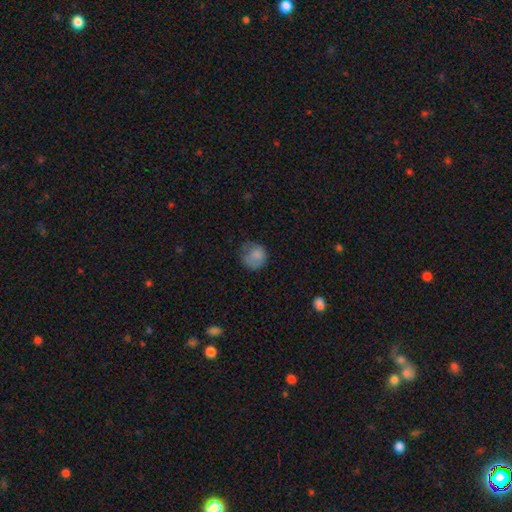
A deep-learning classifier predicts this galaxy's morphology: smooth_or_featured: smooth (p=0.80) [alt: featured or disk p=0.12]
how_rounded: round (p=0.83) [alt: in between p=0.16]
merging: none (p=0.56) [alt: minor disturbance p=0.28]